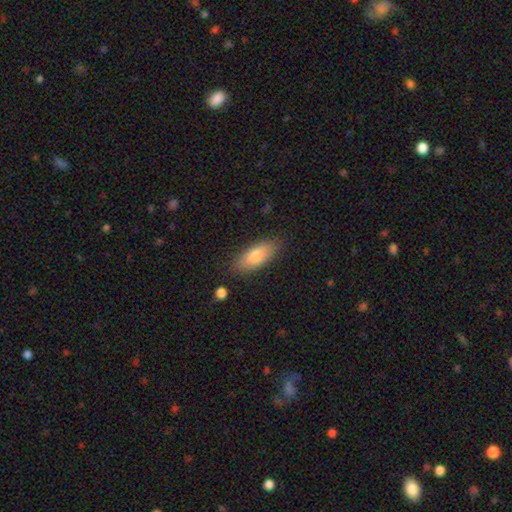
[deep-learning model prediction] A smooth galaxy with no disk features (78%) that is in between round and cigar-shaped (79%). Merging: none (82%).